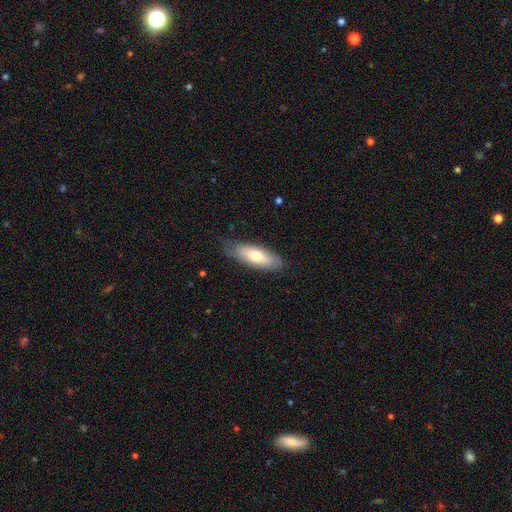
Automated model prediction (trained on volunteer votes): A smooth galaxy with no disk features (67%) that is in between round and cigar-shaped (69%). Merging: none (75%).